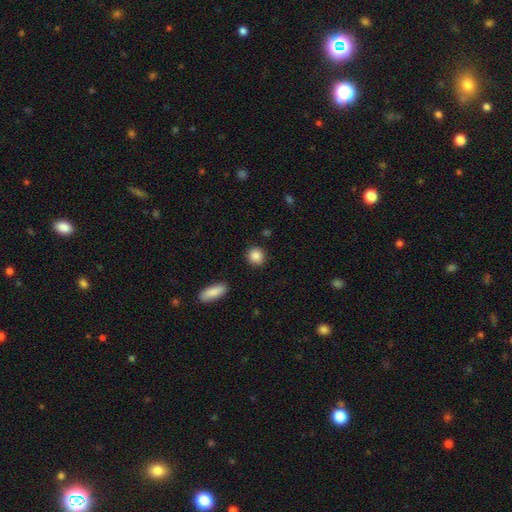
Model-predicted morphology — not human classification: Smooth or featured?
  - smooth: 88% *
  - star or artifact: 8%
  - featured or disk: 4%
How rounded?
  - round: 86% *
  - in between: 13%
  - cigar-shaped: 1%
Merging?
  - none: 89% *
  - minor disturbance: 7%
  - major disturbance: 2%
  - merger: 2%